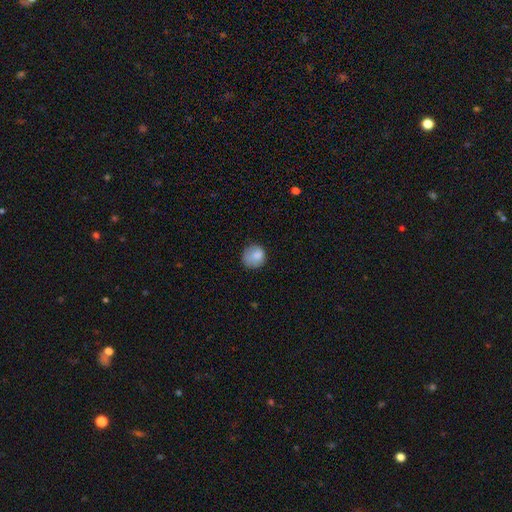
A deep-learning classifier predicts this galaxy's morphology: A smooth galaxy with no disk features (82%) that is round (83%).

Vote fractions:
- Smooth or featured? smooth: 82% / featured or disk: 10% / star or artifact: 8%
- How rounded? round: 83% / in between: 16% / cigar-shaped: 1%
- Merging? none: 67% / minor disturbance: 23% / major disturbance: 8% / merger: 1%